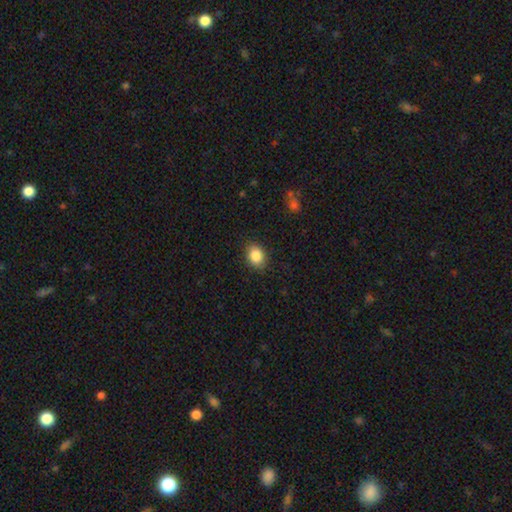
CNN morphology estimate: Smooth or featured?
  - smooth: 87% *
  - star or artifact: 8%
  - featured or disk: 5%
How rounded?
  - in between: 61% *
  - round: 38%
  - cigar-shaped: 1%
Merging?
  - none: 86% *
  - minor disturbance: 10%
  - major disturbance: 3%
  - merger: 1%